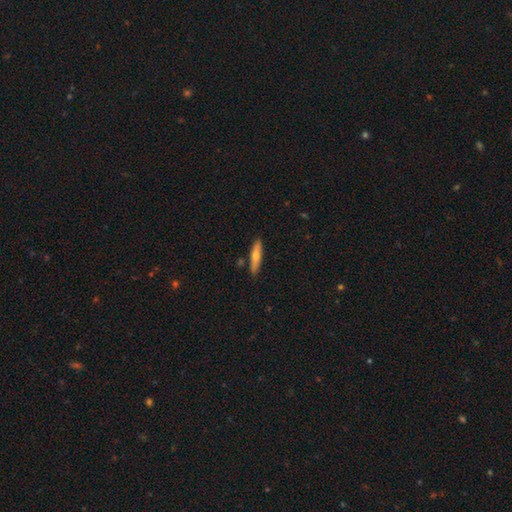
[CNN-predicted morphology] smooth-or-featured: smooth: 56% | featured or disk: 38% | star or artifact: 6%
  how-rounded: cigar-shaped: 79% | in between: 19% | round: 2%
  merging: none: 85% | minor disturbance: 10% | merger: 3% | major disturbance: 2%